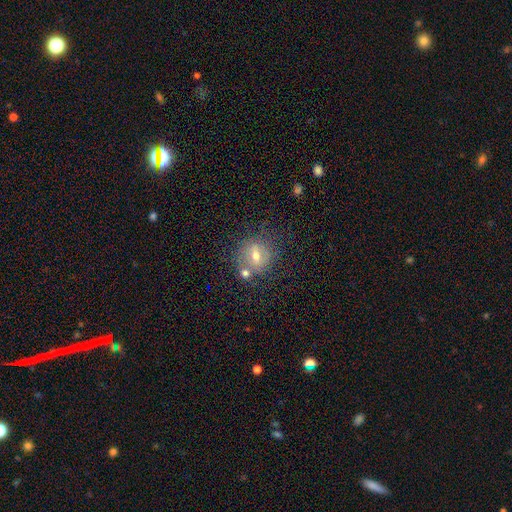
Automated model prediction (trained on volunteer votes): This is marginally a smooth galaxy (44%). Merging: likely none (63%).